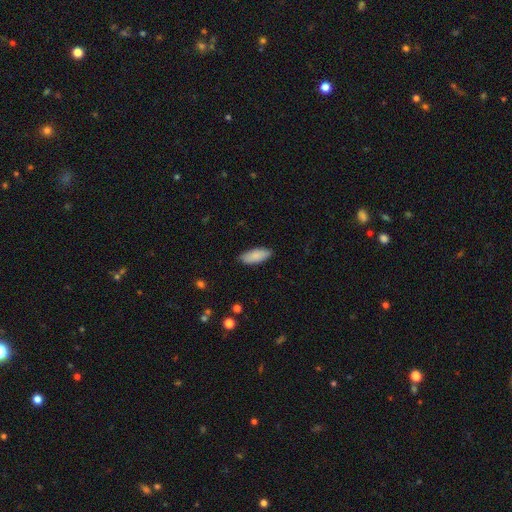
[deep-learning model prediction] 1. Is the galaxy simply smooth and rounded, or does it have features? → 86% smooth, 8% featured or disk, 6% star or artifact.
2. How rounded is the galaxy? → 80% in between, 19% cigar-shaped, 2% round.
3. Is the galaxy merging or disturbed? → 85% none, 12% minor disturbance, 2% major disturbance, 1% merger.